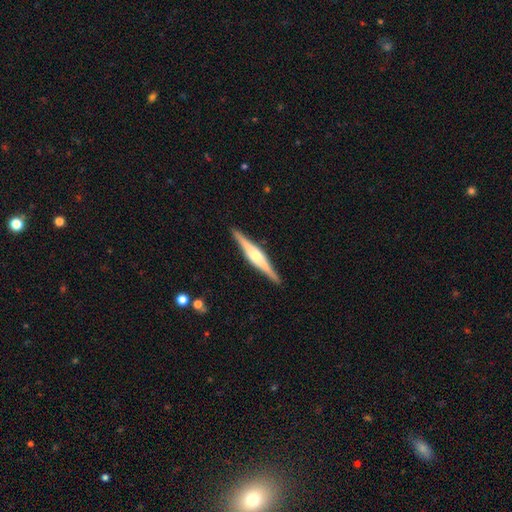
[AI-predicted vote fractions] Smooth or featured?
  - featured or disk: 79% *
  - smooth: 16%
  - star or artifact: 5%
Edge-on disk?
  - yes: 98% *
  - no: 2%
Edge-on bulge?
  - rounded: 76% *
  - boxy: 19%
  - none: 5%
Merging?
  - none: 91% *
  - minor disturbance: 7%
  - major disturbance: 1%
  - merger: 1%